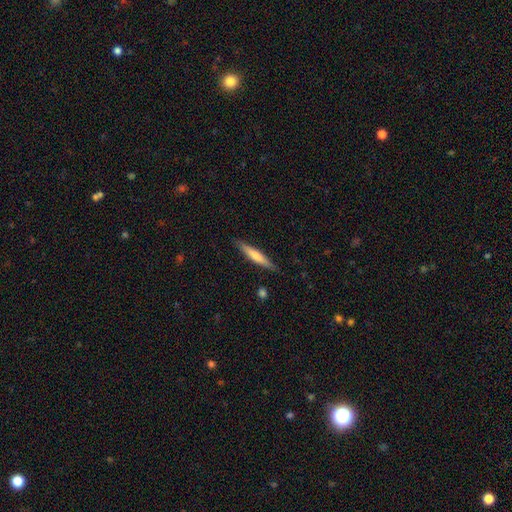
This is likely a smooth galaxy (66%). How rounded: clearly cigar-shaped (84%). Merging: likely none (76%).